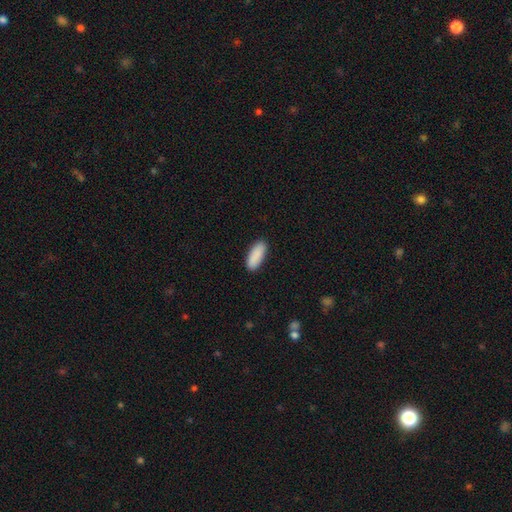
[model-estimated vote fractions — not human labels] The model was most divided on "how rounded": in between: 73%, cigar-shaped: 25%, round: 2%. More confident: smooth or featured — smooth (91%); merging — none (89%).